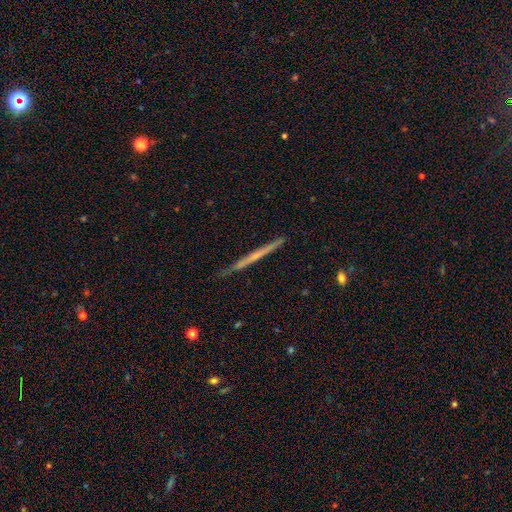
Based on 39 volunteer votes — Smooth or featured? 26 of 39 (67%) said featured or disk. Edge-on disk? 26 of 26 (100%) said yes. Edge-on bulge? 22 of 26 (85%) said none. Merging? 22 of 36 (61%) said none.